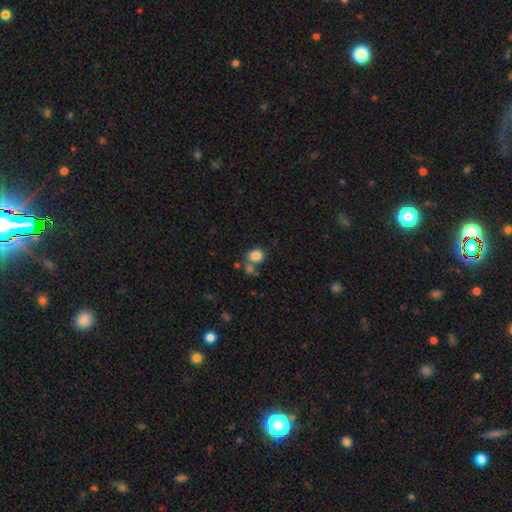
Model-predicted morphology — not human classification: A smooth galaxy with no disk features (84%) that is round (59%). Merging: none (55%).